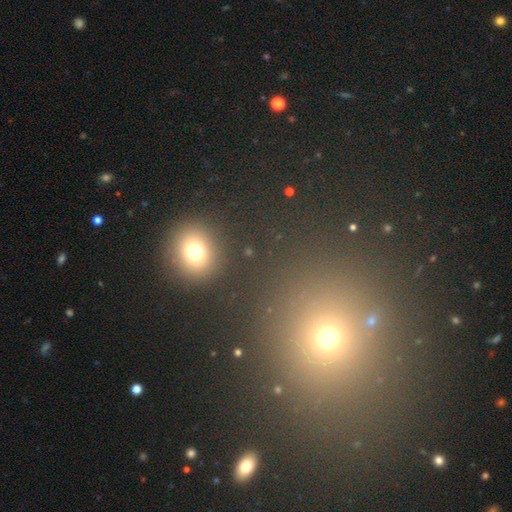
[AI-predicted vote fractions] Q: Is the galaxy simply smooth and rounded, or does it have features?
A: smooth — 55%.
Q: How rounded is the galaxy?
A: round — 84%.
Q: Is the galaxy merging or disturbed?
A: none — 86%.